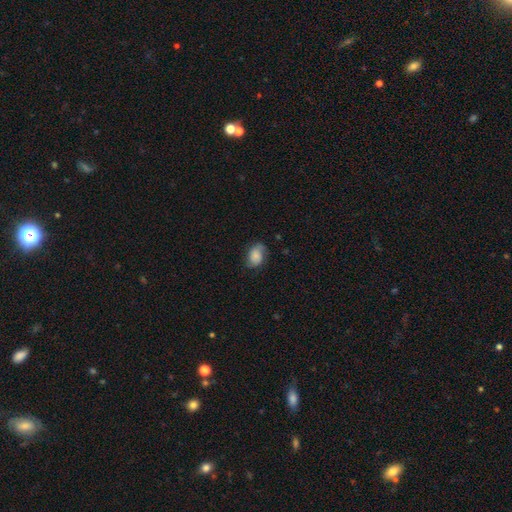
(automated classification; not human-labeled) Q: Smooth or featured?
A: smooth (60%); runner-up: featured or disk (30%)
Q: How rounded?
A: in between (76%); runner-up: round (23%)
Q: Merging?
A: none (67%); runner-up: minor disturbance (24%)